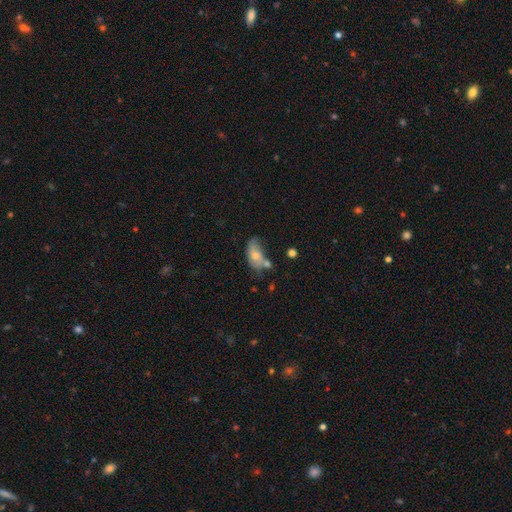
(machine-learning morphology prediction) type=smooth (66%); roundness=in between (90%); merging=none (37%).